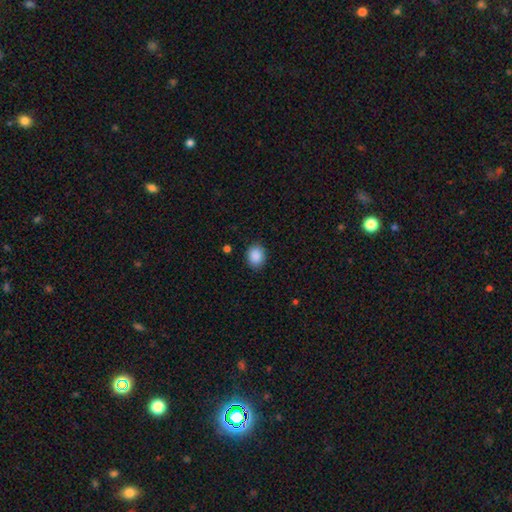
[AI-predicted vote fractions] The model was most divided on "how rounded": round: 51%, in between: 48%, cigar-shaped: 1%. More confident: smooth or featured — smooth (89%); merging — none (85%).